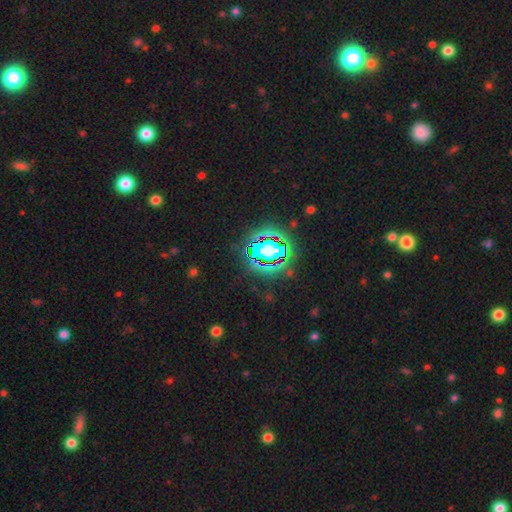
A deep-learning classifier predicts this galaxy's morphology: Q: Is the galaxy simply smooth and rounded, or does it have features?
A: star or artifact — 83%.